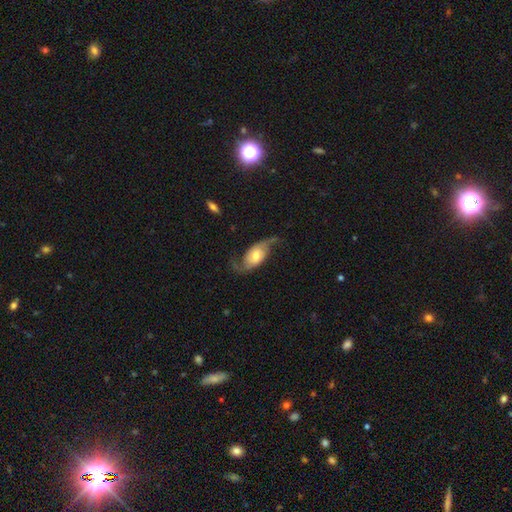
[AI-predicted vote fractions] This appears to be a featured or disk galaxy (79%) with no bar (63%), 2 (92%) loose (72%) spiral arms (94%) and a moderate central bulge (64%). Merging: none (64%).